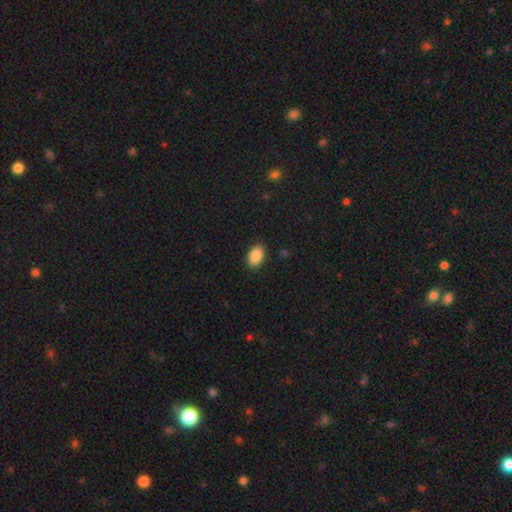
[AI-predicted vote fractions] Smooth or featured: smooth — 90% (star or artifact — 7%)
How rounded: in between — 91% (round — 7%)
Merging: none — 89% (minor disturbance — 8%)